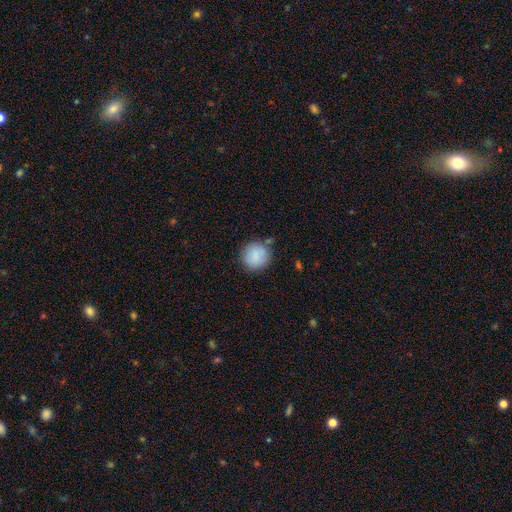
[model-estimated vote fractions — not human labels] smooth 88%, star or artifact 7%, featured or disk 5%. Down the decision tree: how rounded — round (92%); merging — none (79%).